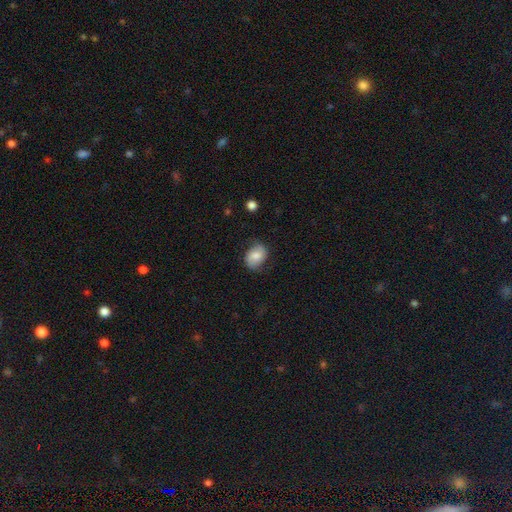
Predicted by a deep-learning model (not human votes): This appears to be a smooth galaxy with no disk features (66%) that is in between round and cigar-shaped (68%). Merging: none (70%).